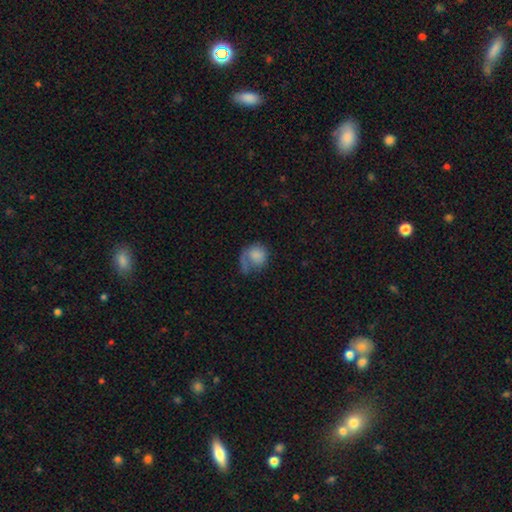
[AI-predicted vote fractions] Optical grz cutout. It shows a smooth galaxy with no disk features (71%) that is round (67%). Merging: major disturbance (35%).